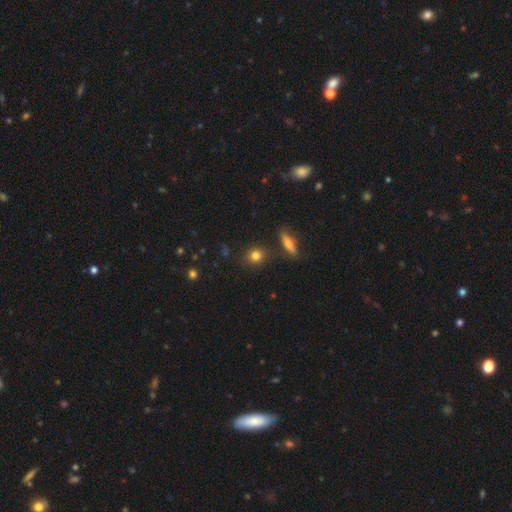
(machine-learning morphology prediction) Smooth or featured?
  - smooth: 81% *
  - star or artifact: 11%
  - featured or disk: 8%
How rounded?
  - round: 82% *
  - in between: 16%
  - cigar-shaped: 3%
Merging?
  - none: 85% *
  - minor disturbance: 8%
  - merger: 4%
  - major disturbance: 2%